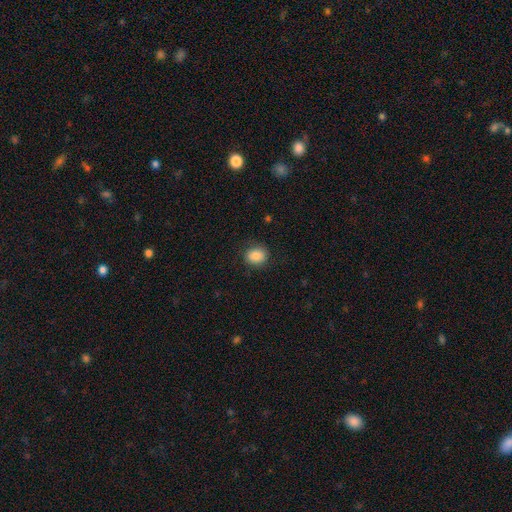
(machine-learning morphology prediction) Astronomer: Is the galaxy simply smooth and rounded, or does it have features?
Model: smooth — 86%.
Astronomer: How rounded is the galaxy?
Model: round — 68%.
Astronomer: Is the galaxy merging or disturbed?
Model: none — 86%.